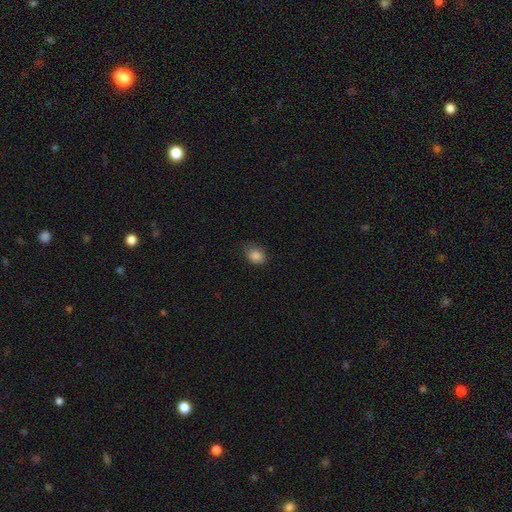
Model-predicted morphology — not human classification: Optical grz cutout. It shows a smooth galaxy with no disk features (85%) that is in between round and cigar-shaped (63%). Merging: none (71%).